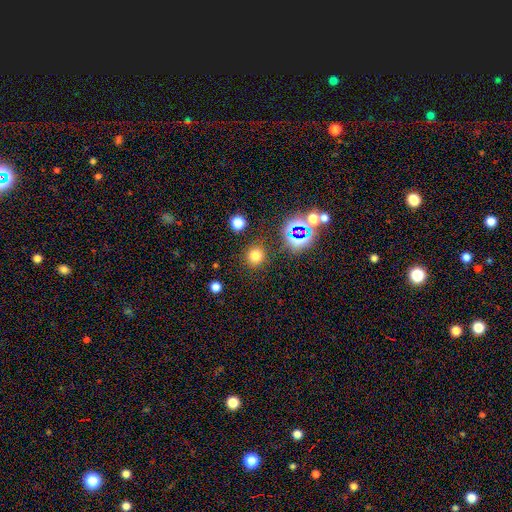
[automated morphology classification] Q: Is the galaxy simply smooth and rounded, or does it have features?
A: smooth — 70%.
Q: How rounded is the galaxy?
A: round — 91%.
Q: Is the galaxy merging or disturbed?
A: none — 86%.